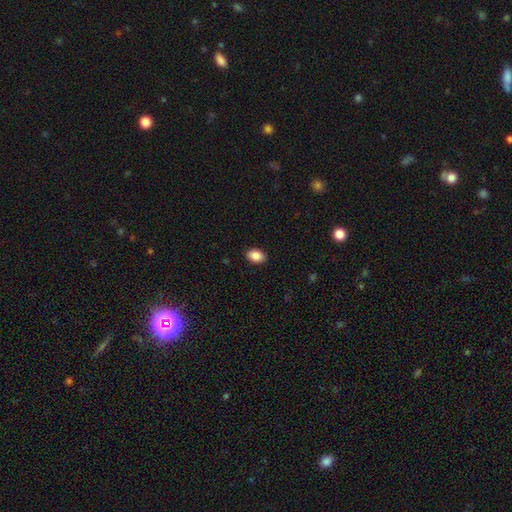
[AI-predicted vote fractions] This is clearly a smooth galaxy (87%). How rounded: clearly in between (85%). Merging: clearly none (90%).